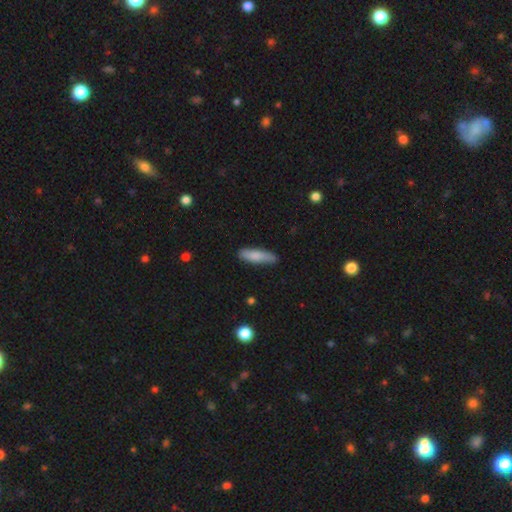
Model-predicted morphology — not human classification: A smooth galaxy with no disk features (82%) that is cigar-shaped (66%).

Vote fractions:
- Smooth or featured? smooth: 82% / featured or disk: 13% / star or artifact: 6%
- How rounded? cigar-shaped: 66% / in between: 33% / round: 2%
- Merging? none: 82% / minor disturbance: 14% / major disturbance: 2% / merger: 1%